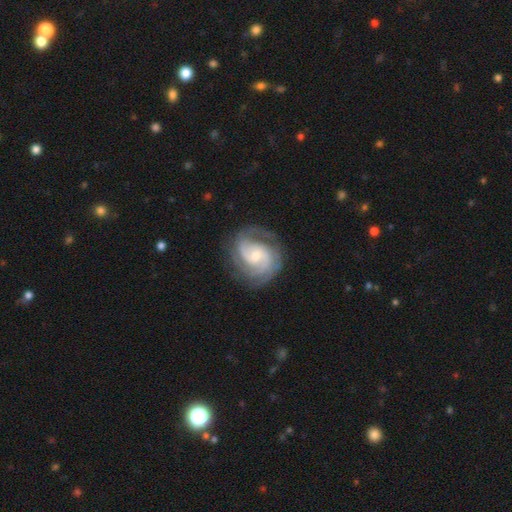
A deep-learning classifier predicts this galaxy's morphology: The model was most divided on "bulge size": small: 47%, moderate: 44%, large: 5%, none: 3%, dominant: 1%. More confident: edge-on disk — no (98%); spiral arms — yes (97%); smooth or featured — featured or disk (88%); merging — none (76%); bar — no (51%); spiral arm count — 2 (51%); spiral winding — tight (51%).